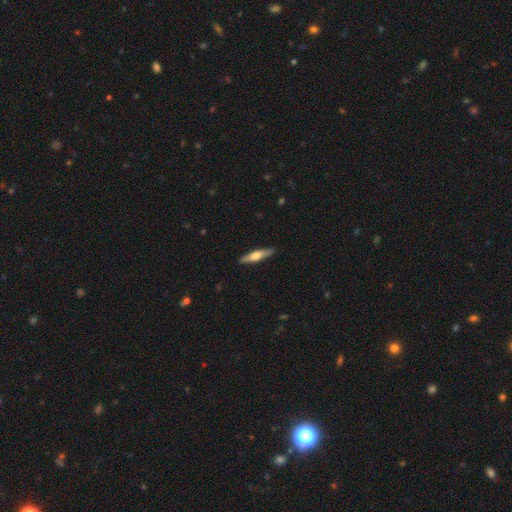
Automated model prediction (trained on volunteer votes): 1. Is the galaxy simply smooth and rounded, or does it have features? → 48% featured or disk, 47% smooth, 5% star or artifact.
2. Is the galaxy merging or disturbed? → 89% none, 8% minor disturbance, 2% major disturbance, 1% merger.